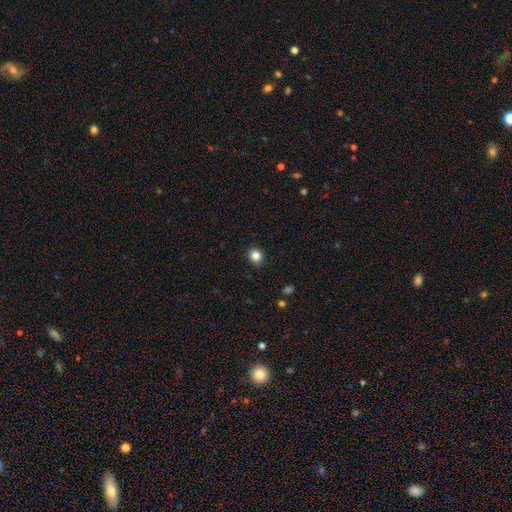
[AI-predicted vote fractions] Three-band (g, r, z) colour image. It shows a smooth galaxy with no disk features (83%) that is round (83%). Merging: none (91%).